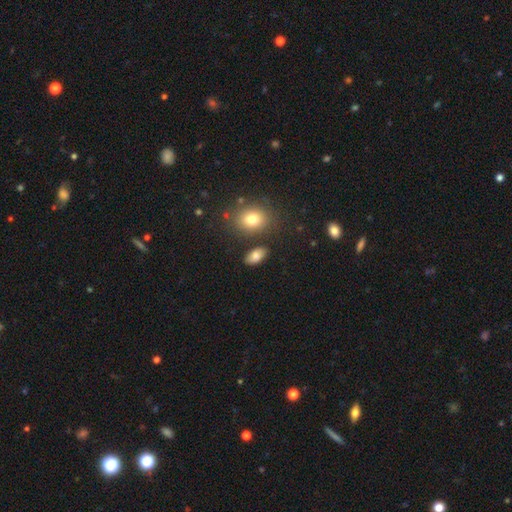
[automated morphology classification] Smooth or featured: smooth — 80% (featured or disk — 10%)
How rounded: in between — 89% (round — 7%)
Merging: none — 81% (minor disturbance — 11%)